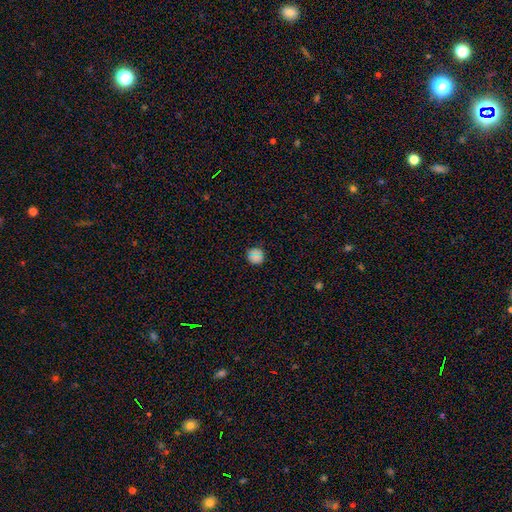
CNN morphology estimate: Smooth or featured?
  - smooth: 76% *
  - star or artifact: 17%
  - featured or disk: 7%
How rounded?
  - round: 91% *
  - in between: 8%
  - cigar-shaped: 1%
Merging?
  - none: 86% *
  - minor disturbance: 10%
  - major disturbance: 2%
  - merger: 1%